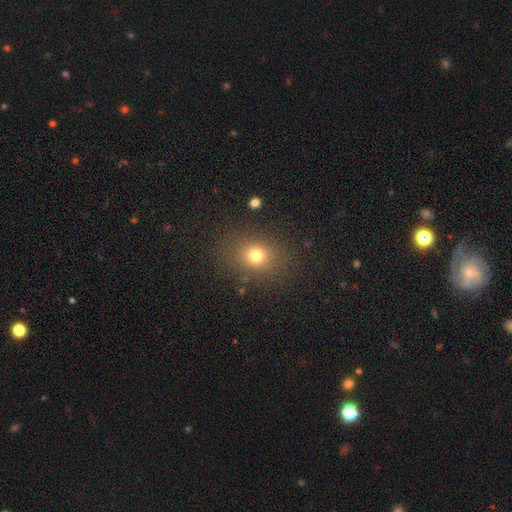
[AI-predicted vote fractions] The model was most divided on "how rounded": round: 61%, in between: 38%, cigar-shaped: 1%. More confident: merging — none (85%); smooth or featured — smooth (74%).